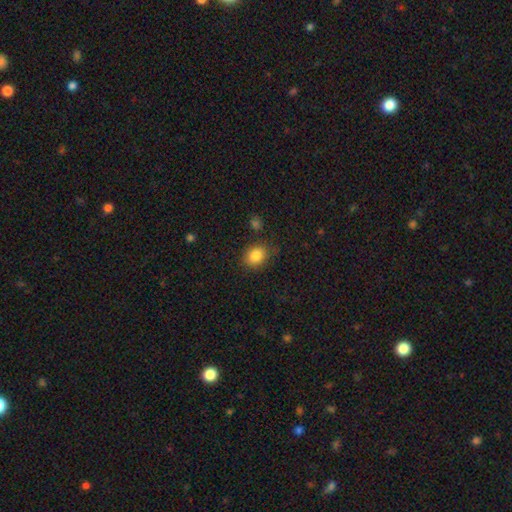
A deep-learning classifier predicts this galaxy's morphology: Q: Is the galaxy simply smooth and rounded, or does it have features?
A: smooth — 84%.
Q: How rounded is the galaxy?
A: round — 50%.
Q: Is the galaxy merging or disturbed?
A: none — 78%.